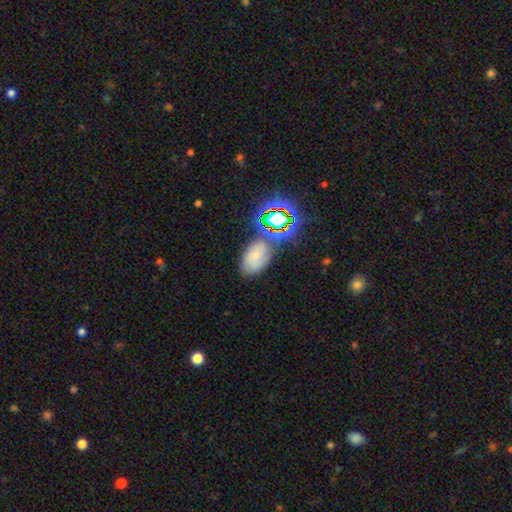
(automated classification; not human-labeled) This is possibly a smooth galaxy (48%). Merging: likely none (63%).